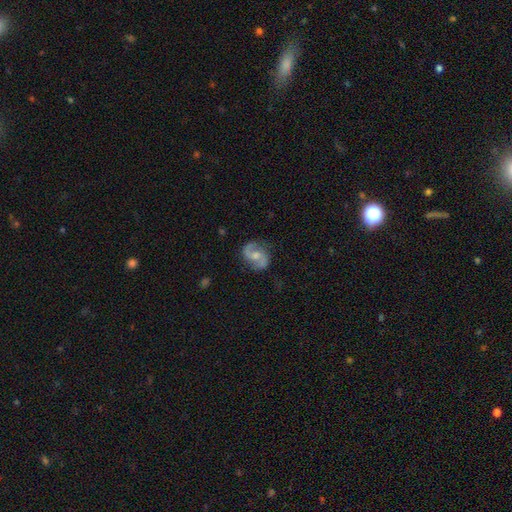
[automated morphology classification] type=featured or disk (83%); edge-on=no (98%); bar=no (49%); spiral arms=yes (96%); winding=medium (52%); arm count=2 (92%); bulge=moderate (53%); merging=none (78%).